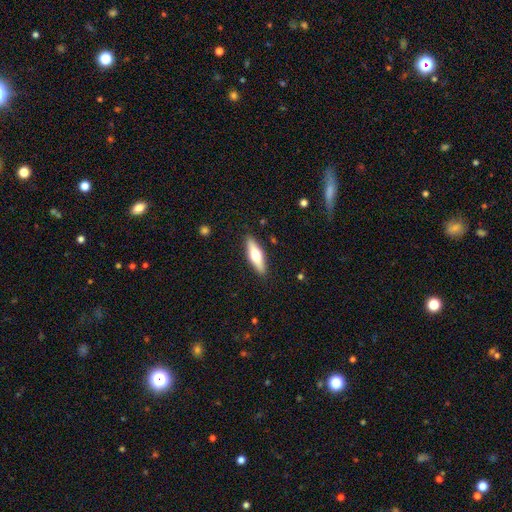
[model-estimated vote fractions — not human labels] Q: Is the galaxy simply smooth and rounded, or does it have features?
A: smooth — 52%.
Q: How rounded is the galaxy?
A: cigar-shaped — 57%.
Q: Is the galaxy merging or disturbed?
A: none — 90%.